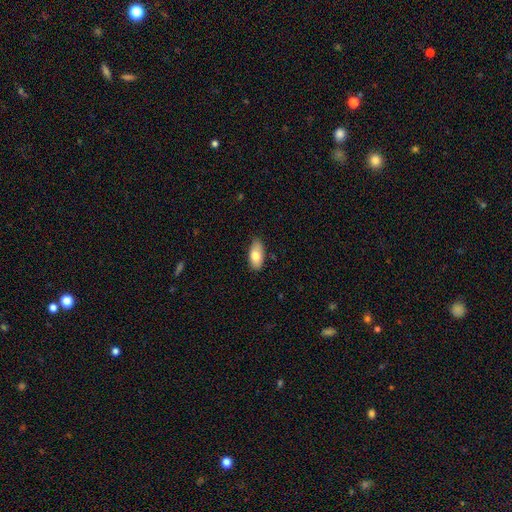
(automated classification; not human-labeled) smooth_or_featured: smooth (p=0.79) [alt: featured or disk p=0.15]
how_rounded: in between (p=0.91) [alt: cigar-shaped p=0.06]
merging: none (p=0.83) [alt: minor disturbance p=0.14]